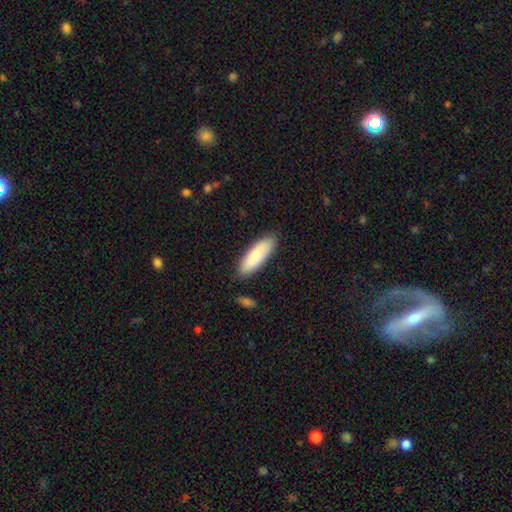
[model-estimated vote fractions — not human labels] Smooth or featured? Predicted: smooth (p=0.83). How rounded? Predicted: in between (p=0.52). Merging? Predicted: none (p=0.86).